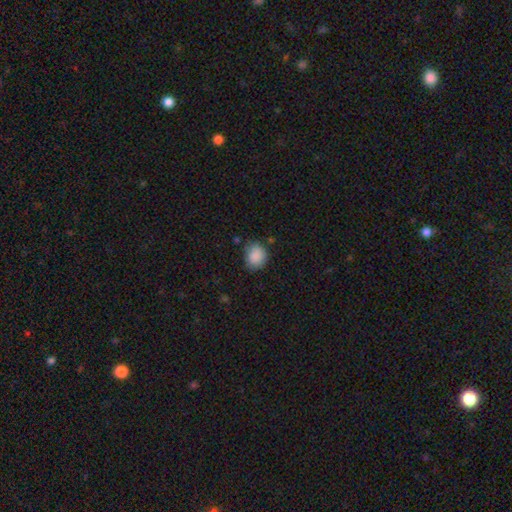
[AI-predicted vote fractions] smooth 88%, star or artifact 8%, featured or disk 4%. Down the decision tree: how rounded — round (62%); merging — none (73%).